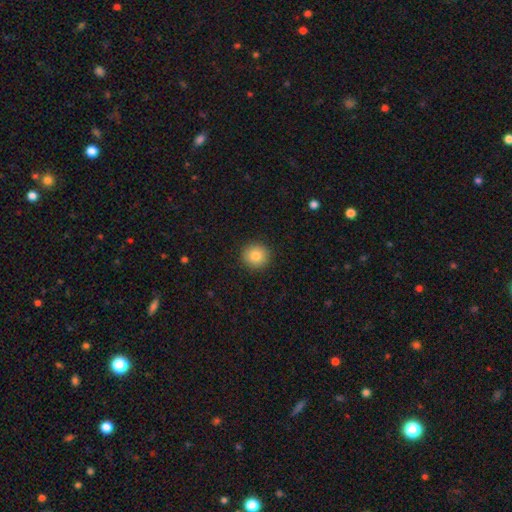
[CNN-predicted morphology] The model was most divided on "smooth or featured": smooth: 83%, star or artifact: 10%, featured or disk: 8%. More confident: how rounded — round (93%); merging — none (92%).